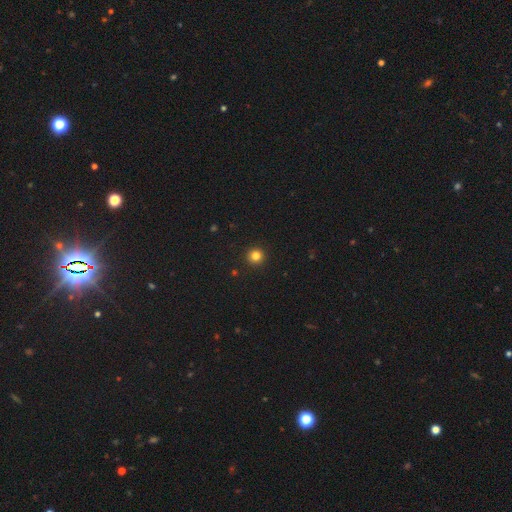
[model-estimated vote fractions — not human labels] A smooth galaxy with no disk features (82%) that is round (96%). Merging: none (94%).